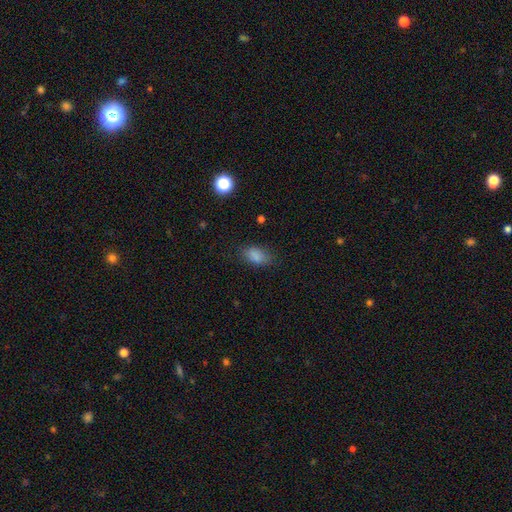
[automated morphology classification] A smooth galaxy with no disk features (85%) that is in between round and cigar-shaped (89%). Merging: none (75%).